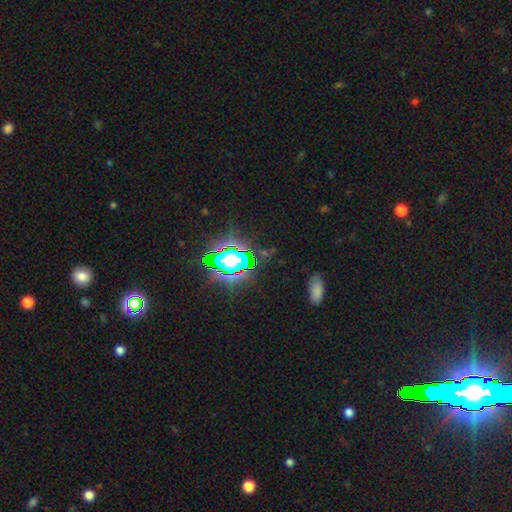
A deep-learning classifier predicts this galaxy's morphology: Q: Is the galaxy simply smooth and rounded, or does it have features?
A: star or artifact — 76%.